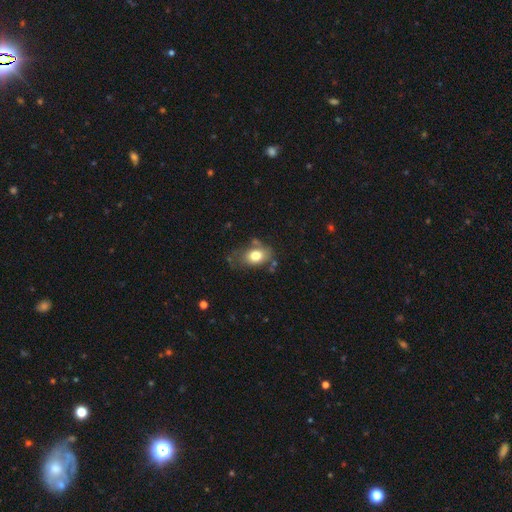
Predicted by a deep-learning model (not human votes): Overall: smooth (76%). How rounded: in between (77%). Merging: none (57%; minor disturbance 26%).